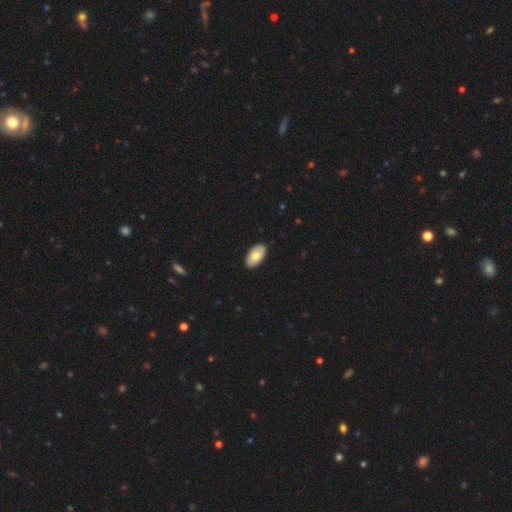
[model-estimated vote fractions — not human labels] Smooth or featured: smooth — 75% (featured or disk — 20%)
How rounded: in between — 96% (round — 3%)
Merging: none — 90% (minor disturbance — 8%)